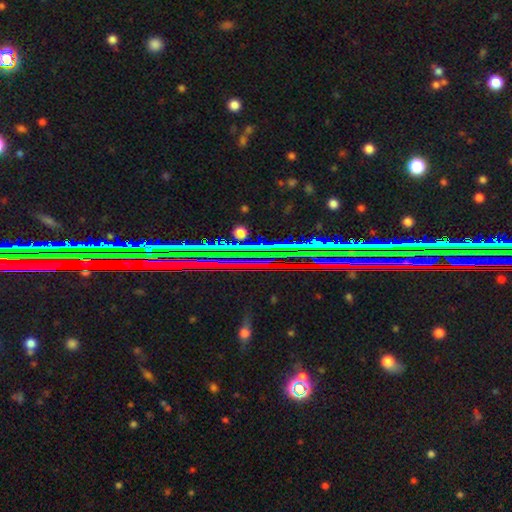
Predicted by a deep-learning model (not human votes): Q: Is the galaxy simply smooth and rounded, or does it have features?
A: star or artifact — 78%.